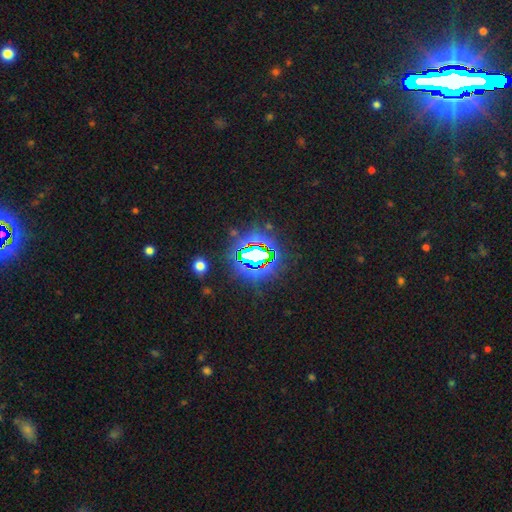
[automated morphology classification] The model was most divided on "smooth or featured": star or artifact: 75%, smooth: 15%, featured or disk: 10%.